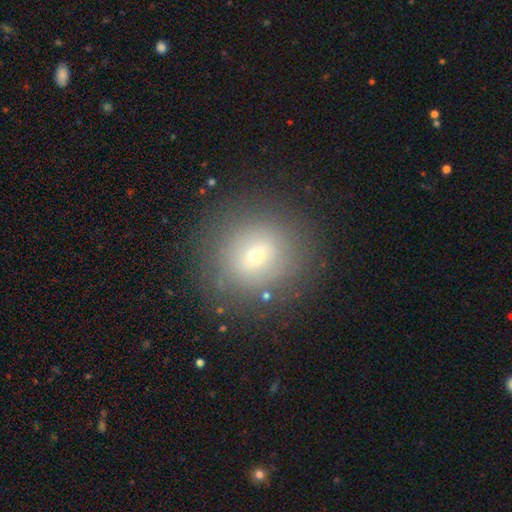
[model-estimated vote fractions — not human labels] A smooth galaxy with no disk features (60%) that is round (92%). Merging: none (85%).